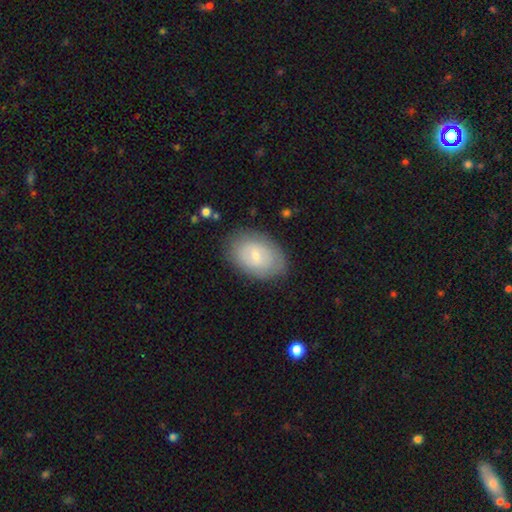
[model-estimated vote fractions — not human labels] A smooth galaxy with no disk features (61%) that is in between round and cigar-shaped (85%). Merging: none (80%).